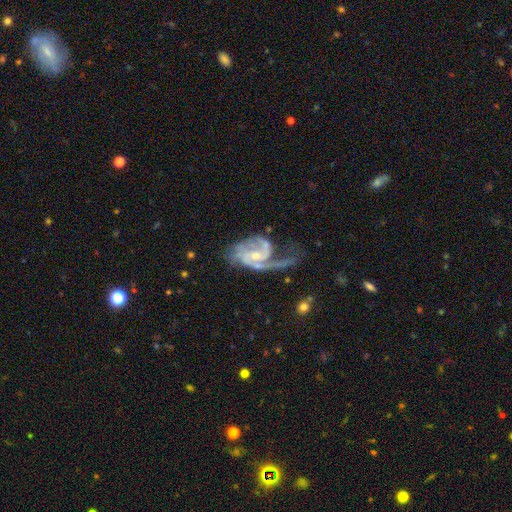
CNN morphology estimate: A featured or disk galaxy (89%) with no bar (46%), 2 (56%) medium (49%) spiral arms (96%) and a small central bulge (58%). Merging: major disturbance (40%).